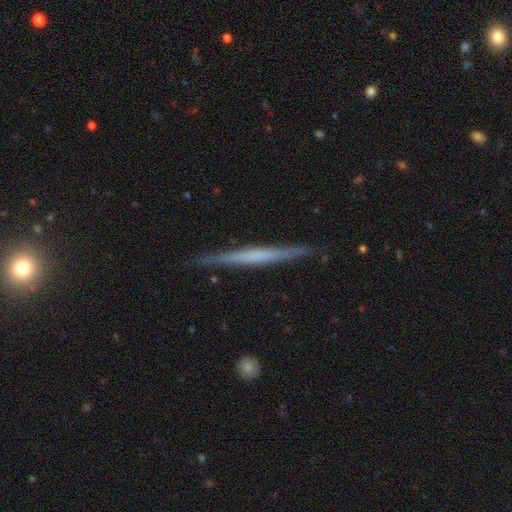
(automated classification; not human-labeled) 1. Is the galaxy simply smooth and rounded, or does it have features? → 62% featured or disk, 33% smooth, 5% star or artifact.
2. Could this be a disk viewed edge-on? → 98% yes, 2% no.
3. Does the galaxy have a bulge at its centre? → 75% none, 15% rounded, 11% boxy.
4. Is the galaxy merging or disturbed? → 89% none, 8% minor disturbance, 1% major disturbance, 1% merger.